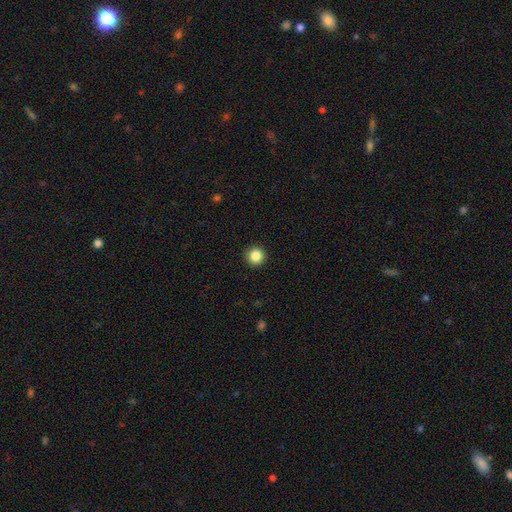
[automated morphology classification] Smooth or featured?
  - smooth: 86% *
  - star or artifact: 10%
  - featured or disk: 4%
How rounded?
  - round: 95% *
  - in between: 4%
  - cigar-shaped: 1%
Merging?
  - none: 92% *
  - minor disturbance: 5%
  - major disturbance: 2%
  - merger: 1%